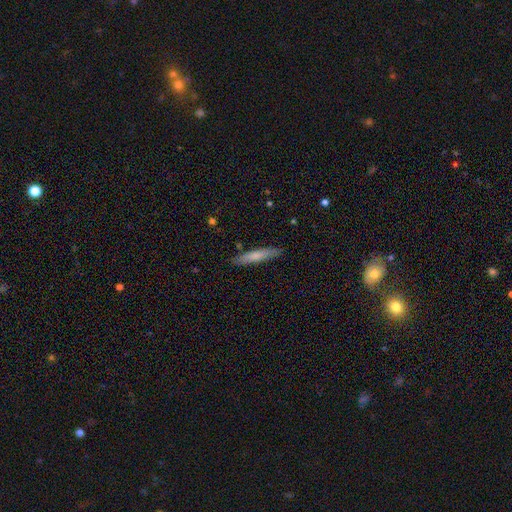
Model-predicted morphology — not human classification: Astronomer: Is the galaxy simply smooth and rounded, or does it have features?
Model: smooth — 70%.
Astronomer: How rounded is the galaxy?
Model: cigar-shaped — 90%.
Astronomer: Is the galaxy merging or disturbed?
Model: none — 87%.